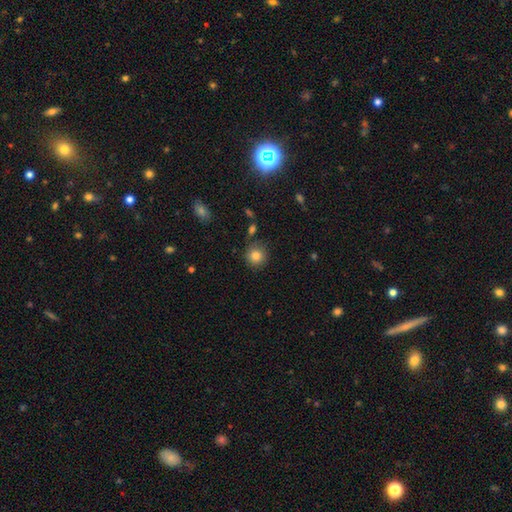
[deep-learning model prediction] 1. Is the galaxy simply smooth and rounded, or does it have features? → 83% smooth, 10% star or artifact, 7% featured or disk.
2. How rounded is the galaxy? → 92% round, 7% in between, 1% cigar-shaped.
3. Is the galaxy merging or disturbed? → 81% none, 11% minor disturbance, 4% merger, 3% major disturbance.